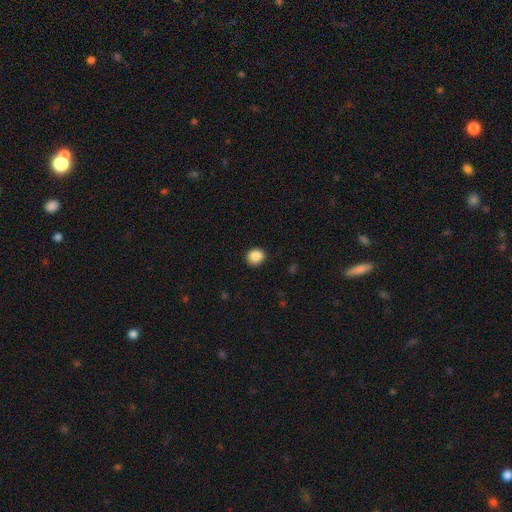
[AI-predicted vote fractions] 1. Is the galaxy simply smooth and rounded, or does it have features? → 87% smooth, 9% star or artifact, 3% featured or disk.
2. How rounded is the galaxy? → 81% round, 18% in between, 1% cigar-shaped.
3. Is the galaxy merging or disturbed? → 88% none, 9% minor disturbance, 2% major disturbance, 1% merger.